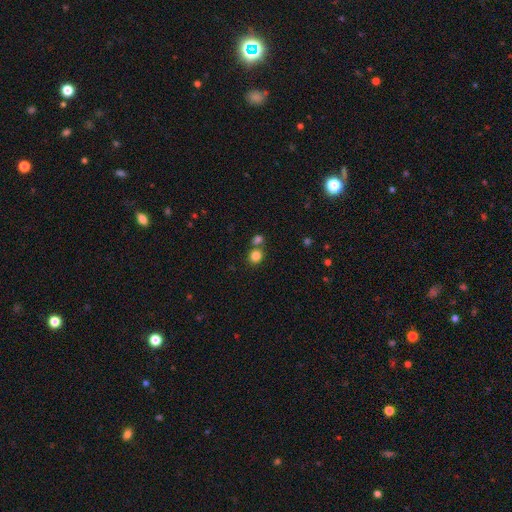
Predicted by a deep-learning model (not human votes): smooth_or_featured: smooth (p=0.83) [alt: star or artifact p=0.11]
how_rounded: round (p=0.78) [alt: in between p=0.21]
merging: none (p=0.63) [alt: merger p=0.26]